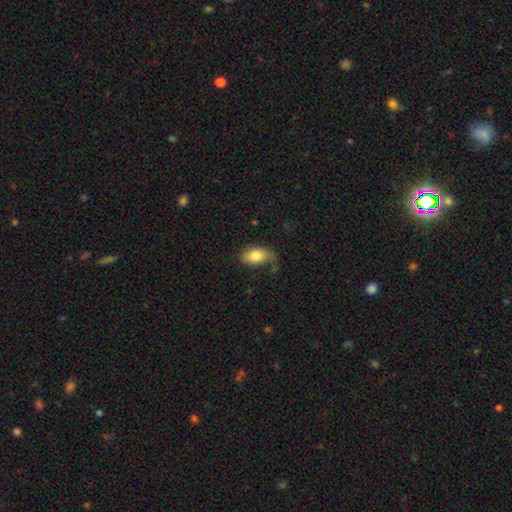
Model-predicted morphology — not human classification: type=smooth (81%); roundness=in between (90%); merging=none (53%).